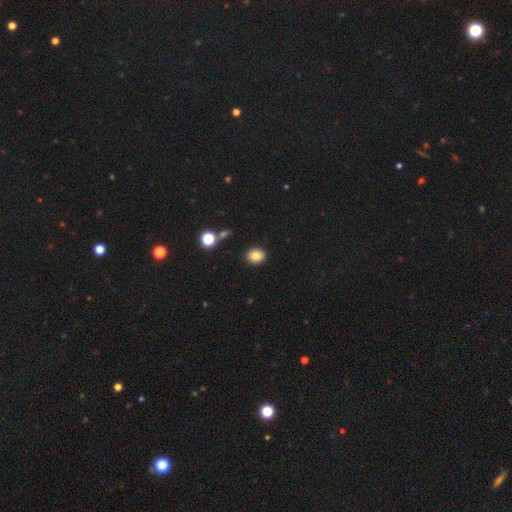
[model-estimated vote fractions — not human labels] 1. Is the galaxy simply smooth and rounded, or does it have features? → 83% smooth, 11% star or artifact, 6% featured or disk.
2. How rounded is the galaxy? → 58% round, 41% in between, 1% cigar-shaped.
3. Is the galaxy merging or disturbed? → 88% none, 8% minor disturbance, 2% merger, 2% major disturbance.